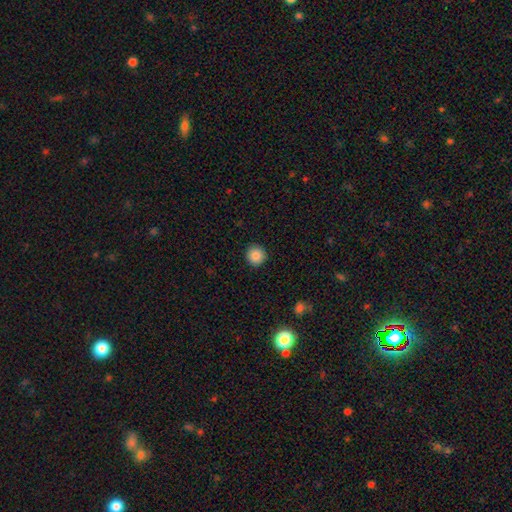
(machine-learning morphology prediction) Smooth or featured? smooth (87%)
How rounded? round (95%)
Merging? none (92%)